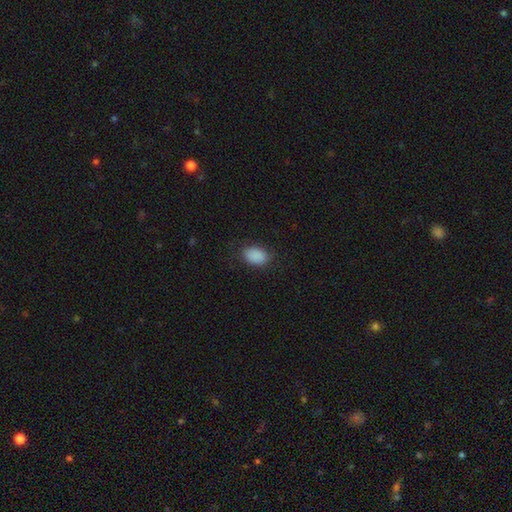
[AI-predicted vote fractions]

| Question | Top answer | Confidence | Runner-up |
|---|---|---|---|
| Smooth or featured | smooth | 89% | star or artifact (8%) |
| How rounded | in between | 85% | round (14%) |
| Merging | none | 81% | minor disturbance (14%) |